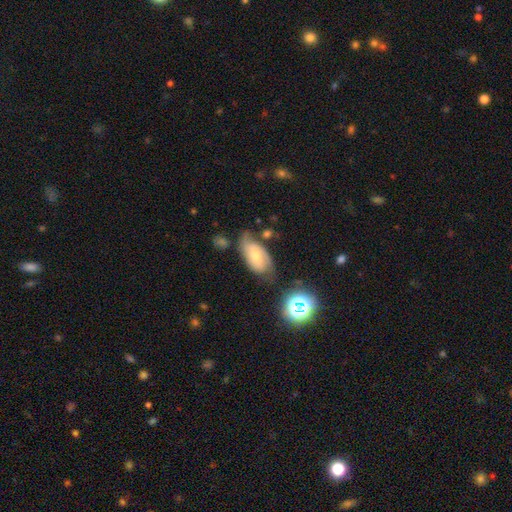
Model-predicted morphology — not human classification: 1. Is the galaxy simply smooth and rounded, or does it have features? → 55% featured or disk, 35% smooth, 10% star or artifact.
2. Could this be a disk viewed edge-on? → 92% no, 8% yes.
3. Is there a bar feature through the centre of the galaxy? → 45% no, 41% weak, 14% strong.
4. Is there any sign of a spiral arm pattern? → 82% yes, 18% no.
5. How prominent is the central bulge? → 57% moderate, 35% small, 4% large, 2% none, 1% dominant.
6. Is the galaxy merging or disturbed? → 52% none, 29% minor disturbance, 12% major disturbance, 7% merger.